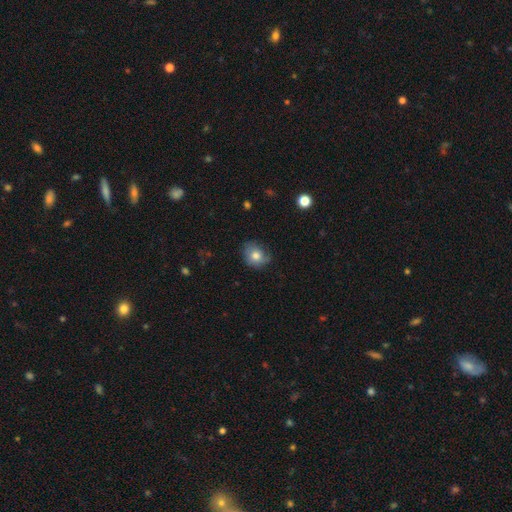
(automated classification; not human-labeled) A smooth galaxy with no disk features (76%) that is round (67%). Merging: none (67%).